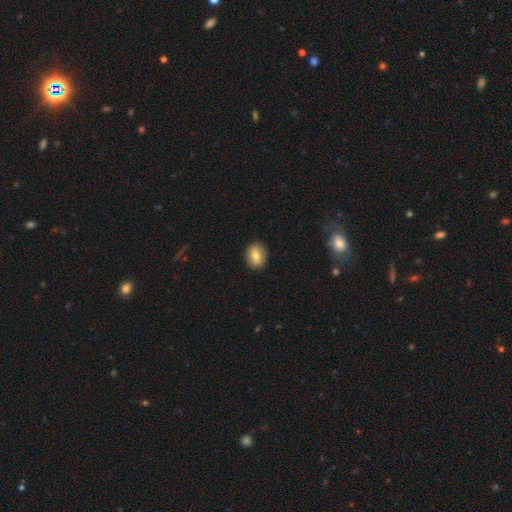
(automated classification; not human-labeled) Smooth or featured: smooth — 79% (featured or disk — 13%)
How rounded: in between — 69% (round — 29%)
Merging: none — 89% (minor disturbance — 8%)